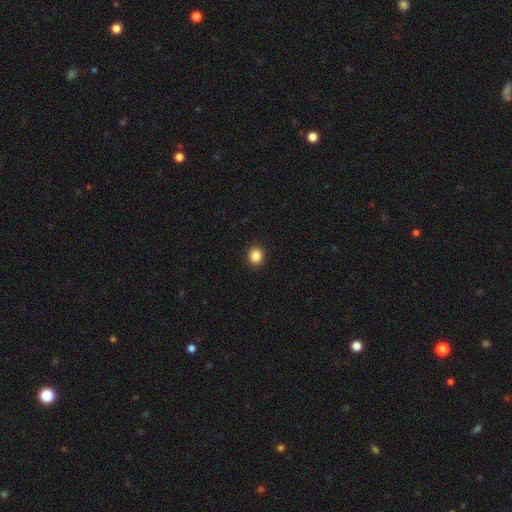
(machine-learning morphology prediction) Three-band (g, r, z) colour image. It shows a smooth galaxy with no disk features (86%) that is round (83%). Merging: none (92%).